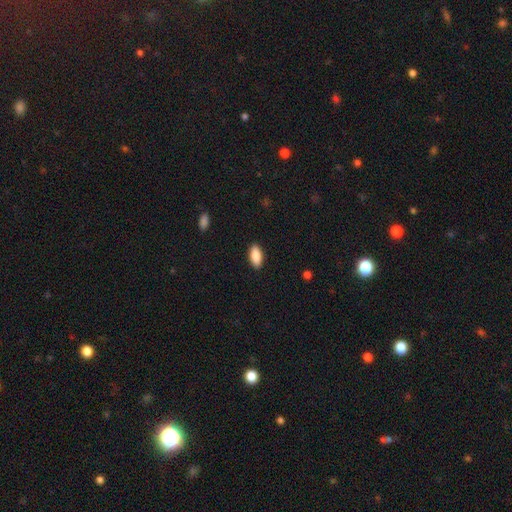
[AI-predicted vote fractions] Smooth or featured? smooth (89%)
How rounded? in between (88%)
Merging? none (90%)